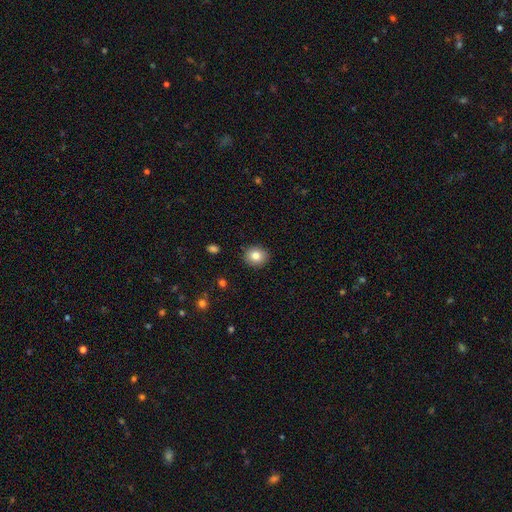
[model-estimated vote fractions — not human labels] Morphology: type=smooth (82%); roundness=round (76%); merging=none (91%).